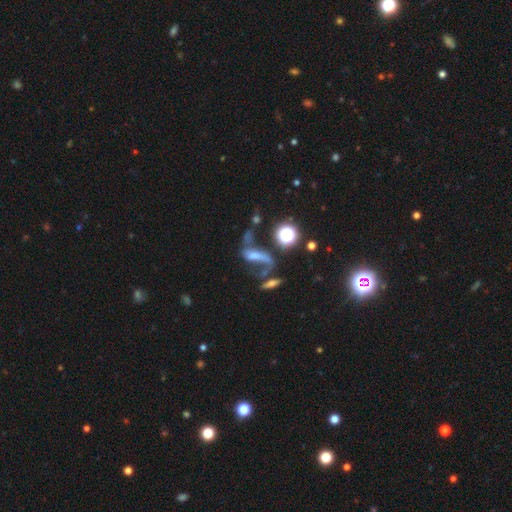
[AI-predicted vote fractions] featured or disk 41%, smooth 37%, star or artifact 22%. Down the decision tree: merging — merger (31%).